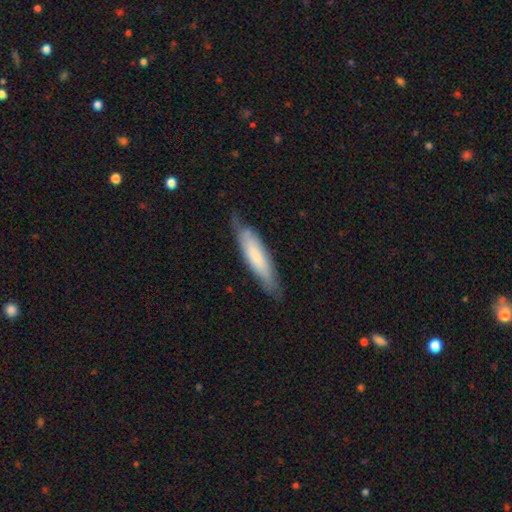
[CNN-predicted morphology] type=smooth (60%); roundness=cigar-shaped (73%); merging=none (69%).